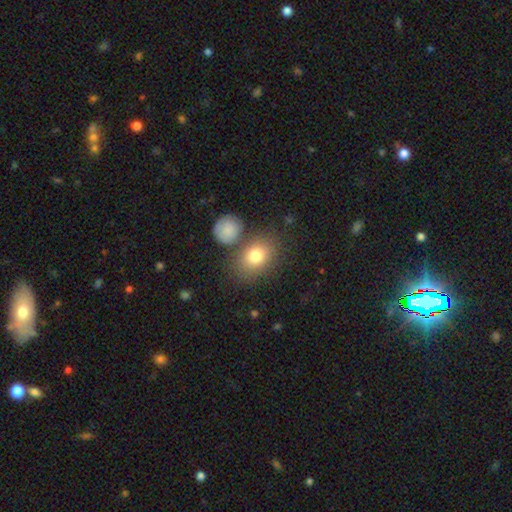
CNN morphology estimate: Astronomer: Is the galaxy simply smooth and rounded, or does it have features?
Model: smooth — 79%.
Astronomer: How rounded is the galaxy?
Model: in between — 64%.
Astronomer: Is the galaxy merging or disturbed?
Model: none — 67%.